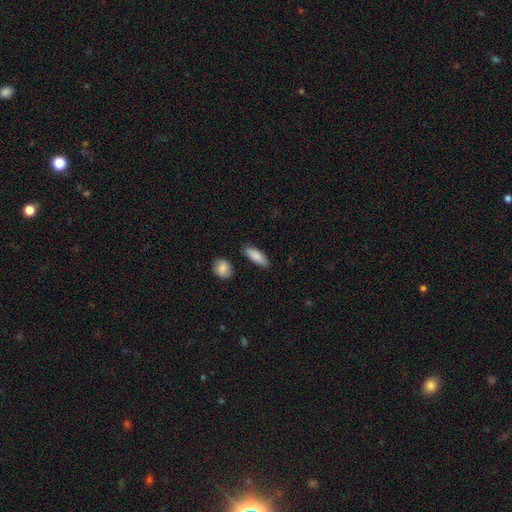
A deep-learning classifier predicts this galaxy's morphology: A smooth galaxy with no disk features (86%) that is in between round and cigar-shaped (66%). Merging: none (82%).